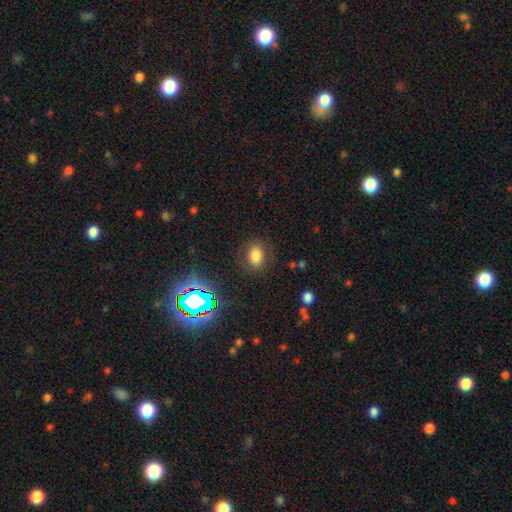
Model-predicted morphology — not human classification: Smooth or featured?
  - smooth: 75% *
  - star or artifact: 16%
  - featured or disk: 9%
How rounded?
  - in between: 60% *
  - round: 39%
  - cigar-shaped: 1%
Merging?
  - none: 80% *
  - minor disturbance: 13%
  - major disturbance: 5%
  - merger: 2%